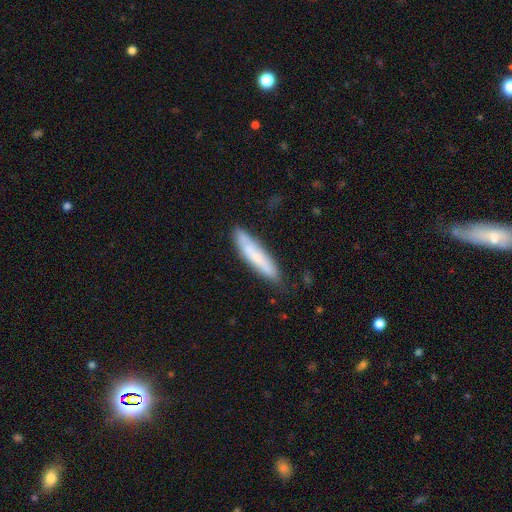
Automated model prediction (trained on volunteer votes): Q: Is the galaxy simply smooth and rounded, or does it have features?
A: smooth — 62%.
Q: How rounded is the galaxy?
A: cigar-shaped — 82%.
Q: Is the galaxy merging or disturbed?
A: none — 78%.